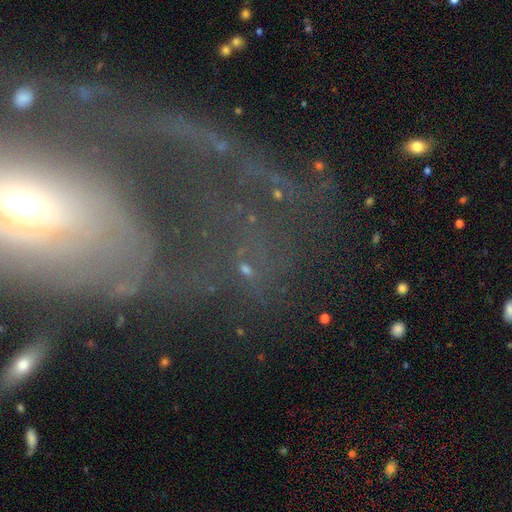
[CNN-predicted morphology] smooth-or-featured: featured or disk: 65% | smooth: 21% | star or artifact: 14%
  disk-edge-on: no: 90% | yes: 10%
    bar: no: 70% | weak: 19% | strong: 11%
    has-spiral-arms: yes: 53% | no: 47%
    bulge-size: small: 47% | moderate: 41% | large: 7% | dominant: 3% | none: 2%
  merging: none: 44% | major disturbance: 37% | minor disturbance: 14% | merger: 5%